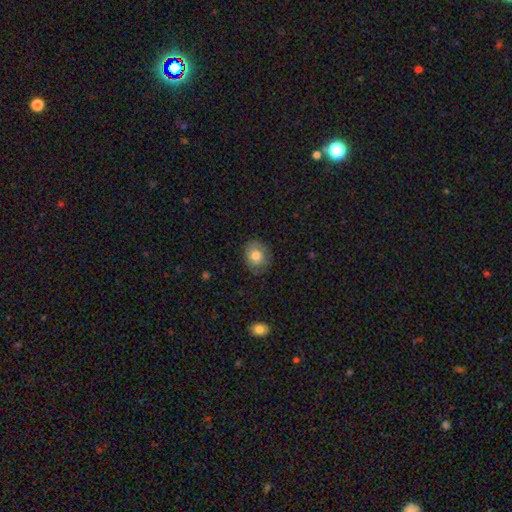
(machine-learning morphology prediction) Overall: smooth (79%). How rounded: round (67%; in between 32%). Merging: none (80%).